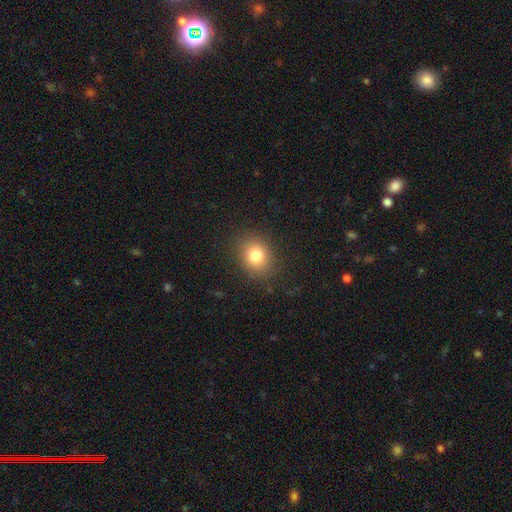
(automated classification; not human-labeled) This appears to be a smooth galaxy with no disk features (80%) that is round (65%). Merging: none (86%).